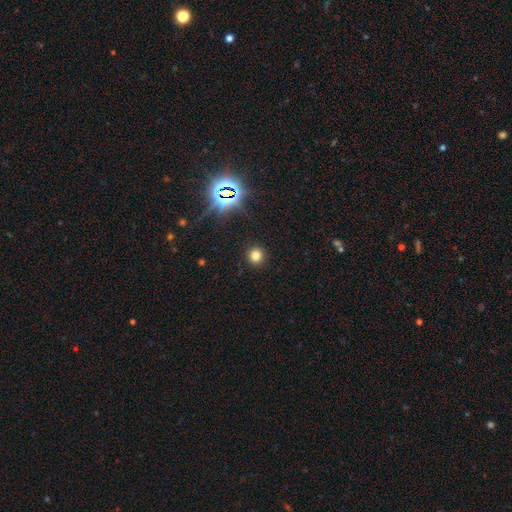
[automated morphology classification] Smooth or featured? smooth (74%)
How rounded? round (94%)
Merging? none (92%)